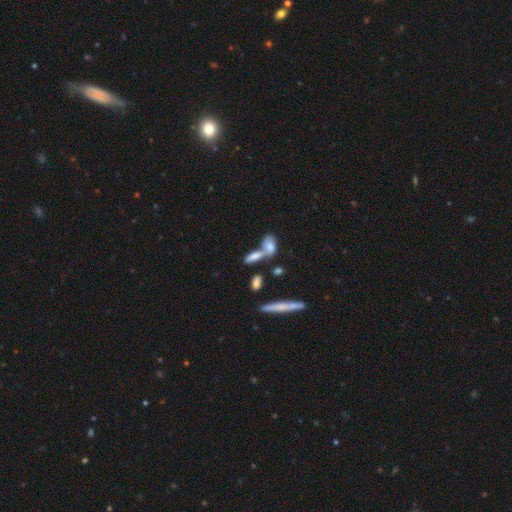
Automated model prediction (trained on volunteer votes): Smooth or featured: smooth — 68% (featured or disk — 23%)
How rounded: in between — 63% (cigar-shaped — 32%)
Merging: merger — 45% (none — 37%)